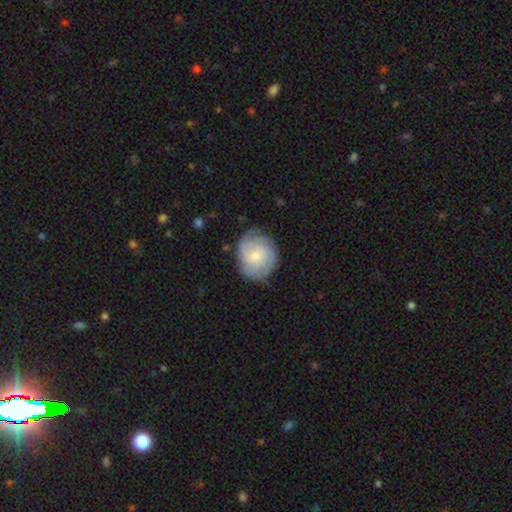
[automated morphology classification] A featured or disk galaxy (62%) with no bar (73%), tight (64%) spiral arms (90%) and a small central bulge (52%). Merging: none (72%).